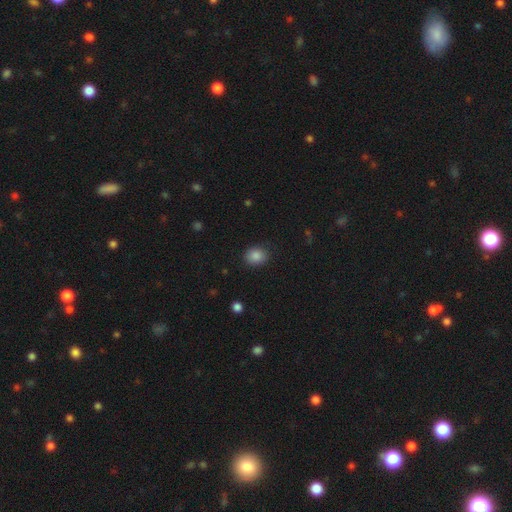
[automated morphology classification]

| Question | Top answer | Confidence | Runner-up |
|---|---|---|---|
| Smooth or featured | smooth | 86% | star or artifact (9%) |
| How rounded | round | 53% | in between (46%) |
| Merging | none | 86% | minor disturbance (10%) |